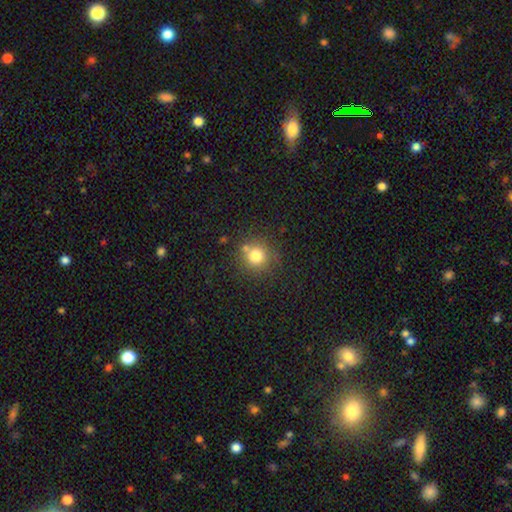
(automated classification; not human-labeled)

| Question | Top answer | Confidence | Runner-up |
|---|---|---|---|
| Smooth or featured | smooth | 78% | star or artifact (14%) |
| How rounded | round | 92% | in between (7%) |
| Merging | none | 76% | merger (11%) |